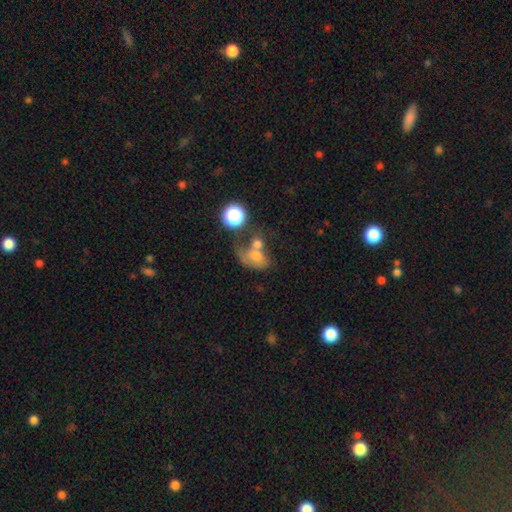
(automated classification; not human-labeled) This is likely a smooth galaxy (61%). How rounded: likely in between (69%). Merging: possibly merger (52%).